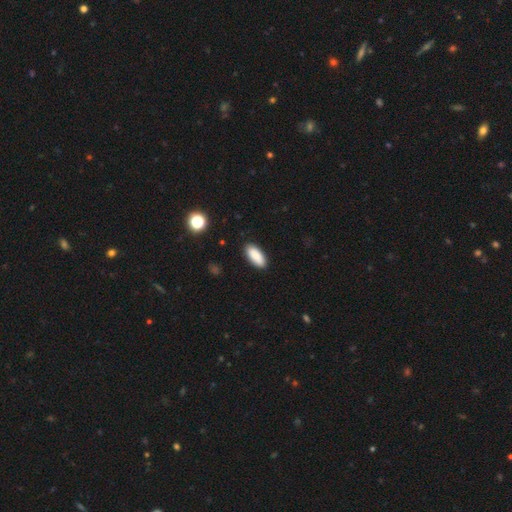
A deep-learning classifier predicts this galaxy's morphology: This appears to be a smooth galaxy with no disk features (89%) that is in between round and cigar-shaped (85%). Merging: none (88%).